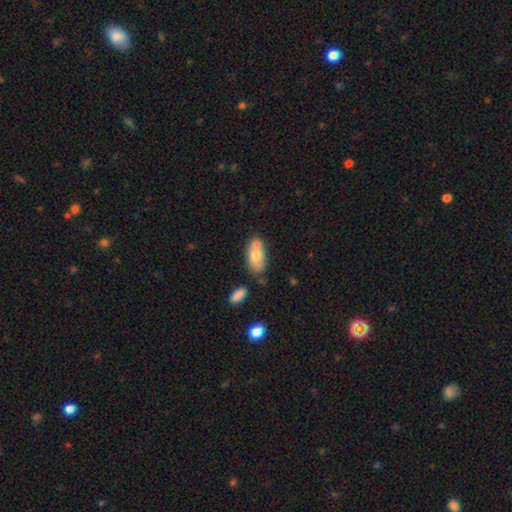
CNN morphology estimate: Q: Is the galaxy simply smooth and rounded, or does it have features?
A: smooth — 71%.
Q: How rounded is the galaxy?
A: in between — 89%.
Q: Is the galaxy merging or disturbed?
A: none — 50%.